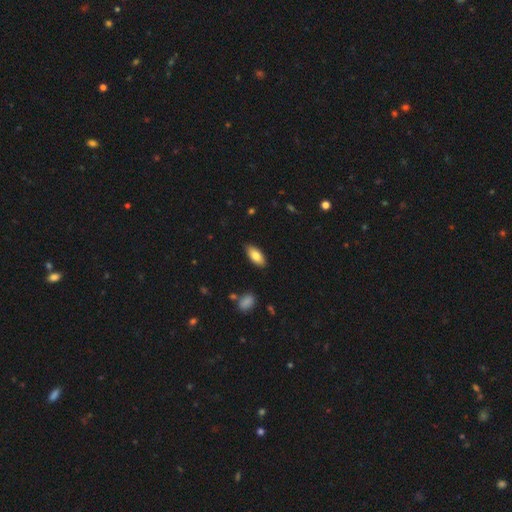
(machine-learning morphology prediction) Smooth or featured? Predicted: smooth (p=0.79). How rounded? Predicted: in between (p=0.86). Merging? Predicted: none (p=0.87).